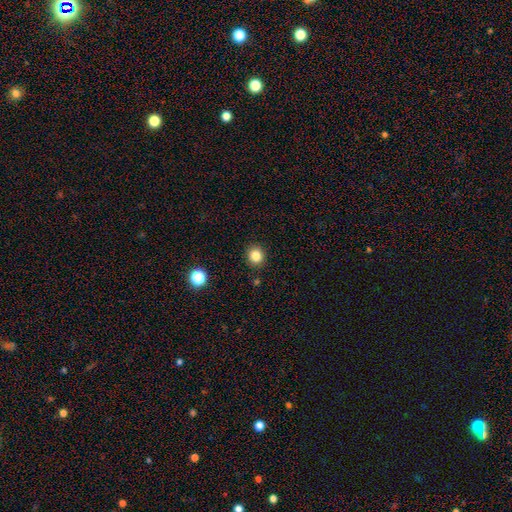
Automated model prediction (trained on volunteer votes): A smooth galaxy with no disk features (83%) that is round (83%).

Vote fractions:
- Smooth or featured? smooth: 83% / star or artifact: 12% / featured or disk: 5%
- How rounded? round: 83% / in between: 17% / cigar-shaped: 1%
- Merging? none: 91% / minor disturbance: 6% / major disturbance: 2% / merger: 1%